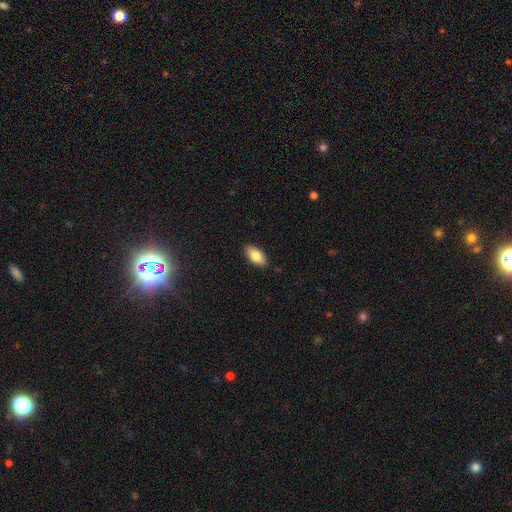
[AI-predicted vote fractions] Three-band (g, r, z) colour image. It shows a smooth galaxy with no disk features (83%) that is in between round and cigar-shaped (92%). Merging: none (88%).